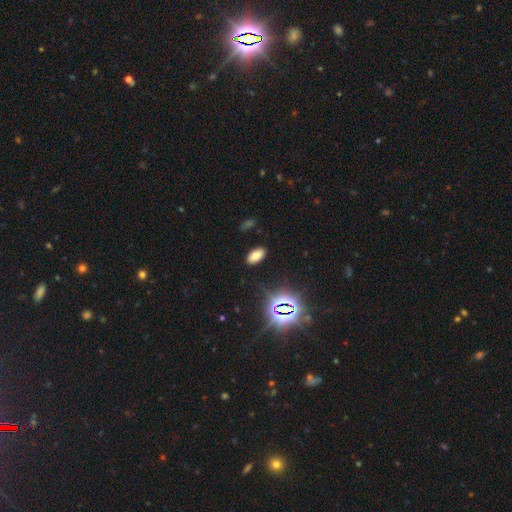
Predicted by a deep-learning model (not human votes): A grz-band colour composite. It shows a smooth galaxy with no disk features (70%) that is in between round and cigar-shaped (93%). Merging: none (88%).